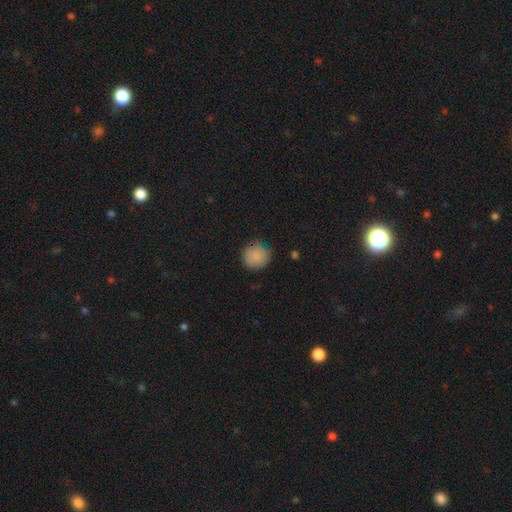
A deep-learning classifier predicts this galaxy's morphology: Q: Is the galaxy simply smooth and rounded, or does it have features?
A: smooth — 87%.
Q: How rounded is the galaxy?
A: round — 91%.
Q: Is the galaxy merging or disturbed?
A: none — 78%.